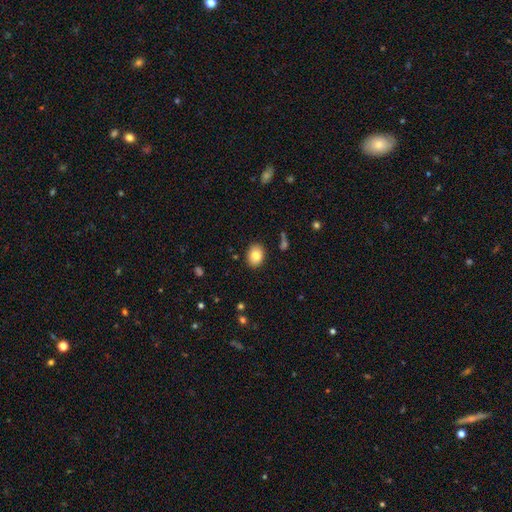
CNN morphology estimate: This is clearly a smooth galaxy (81%). How rounded: likely in between (67%). Merging: clearly none (87%).